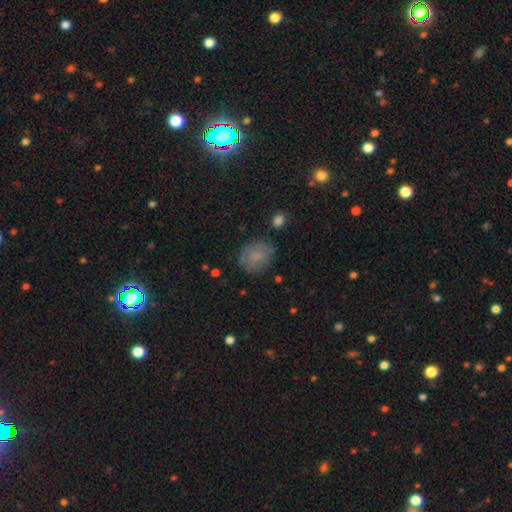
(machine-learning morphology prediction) Smooth or featured?
  - smooth: 68% *
  - featured or disk: 20%
  - star or artifact: 12%
How rounded?
  - round: 58% *
  - in between: 41%
  - cigar-shaped: 1%
Merging?
  - none: 74% *
  - minor disturbance: 18%
  - major disturbance: 6%
  - merger: 2%